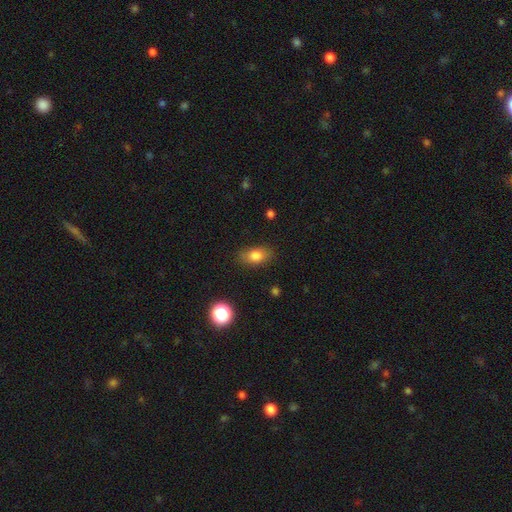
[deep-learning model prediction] Overall: smooth (81%). How rounded: in between (83%). Merging: none (80%).